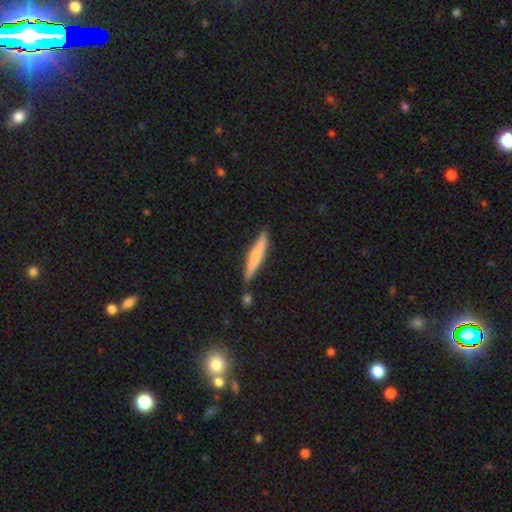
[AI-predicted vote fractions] Overall: smooth (64%; featured or disk 31%). How rounded: cigar-shaped (92%). Merging: none (79%).